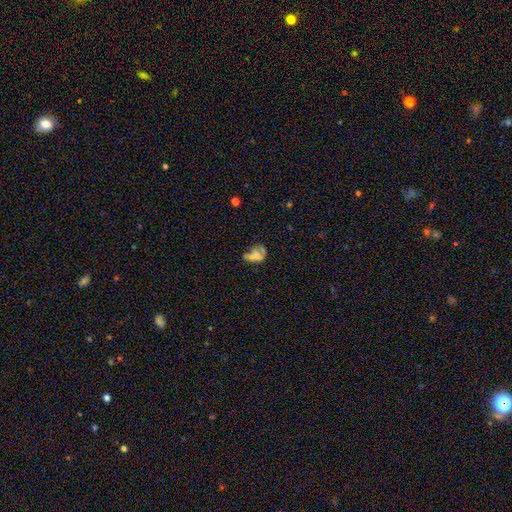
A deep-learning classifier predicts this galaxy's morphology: This is possibly a smooth galaxy (47%). Merging: marginally major disturbance (31%).